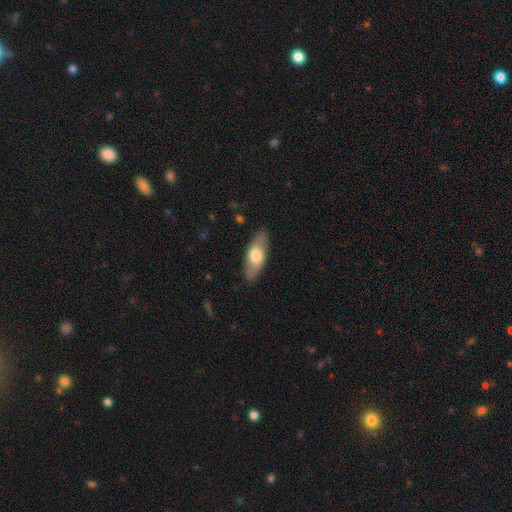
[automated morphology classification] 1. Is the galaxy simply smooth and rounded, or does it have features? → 65% smooth, 30% featured or disk, 5% star or artifact.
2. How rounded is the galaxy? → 74% in between, 24% cigar-shaped, 3% round.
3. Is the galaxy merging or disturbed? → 86% none, 10% minor disturbance, 2% major disturbance, 1% merger.